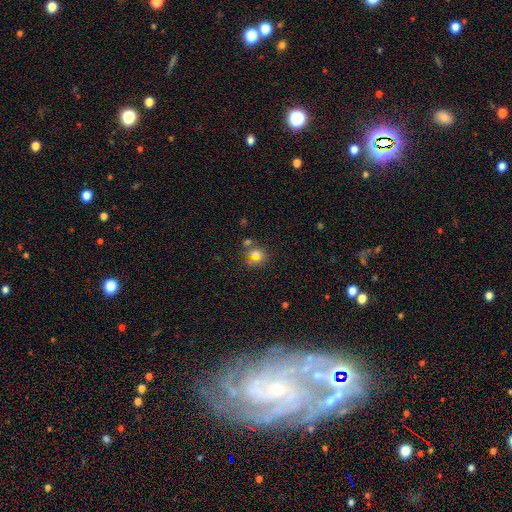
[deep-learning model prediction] Smooth or featured? Predicted: smooth (p=0.60). How rounded? Predicted: round (p=0.74). Merging? Predicted: none (p=0.69).